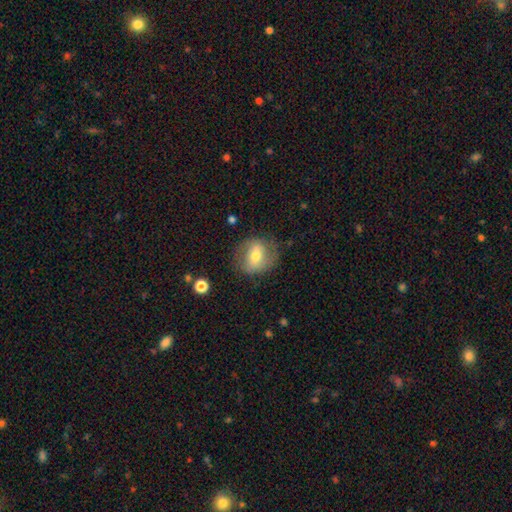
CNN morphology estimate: Overall: smooth (57%; featured or disk 35%). How rounded: round (60%; in between 38%). Merging: none (72%).